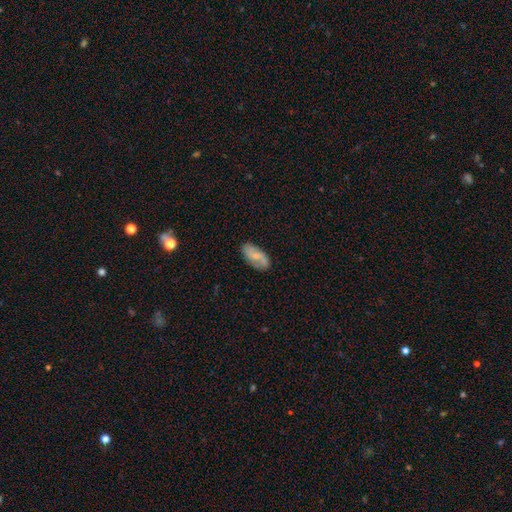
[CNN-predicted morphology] Smooth or featured? Predicted: smooth (p=0.53). How rounded? Predicted: in between (p=0.90). Merging? Predicted: none (p=0.75).